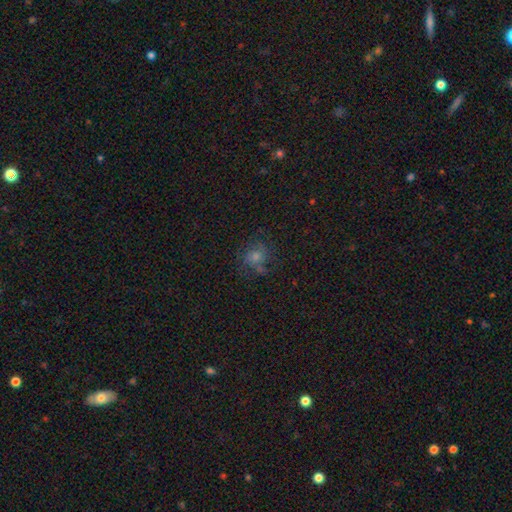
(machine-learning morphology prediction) smooth 42%, star or artifact 31%, featured or disk 28%. Down the decision tree: merging — none (68%).